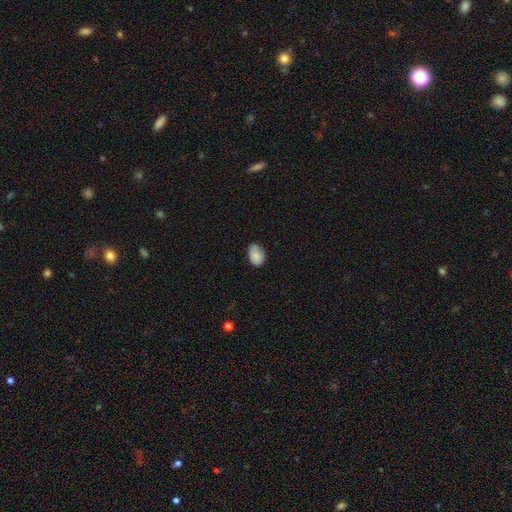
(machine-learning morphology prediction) This is clearly a smooth galaxy (85%). How rounded: clearly in between (84%). Merging: likely none (71%).